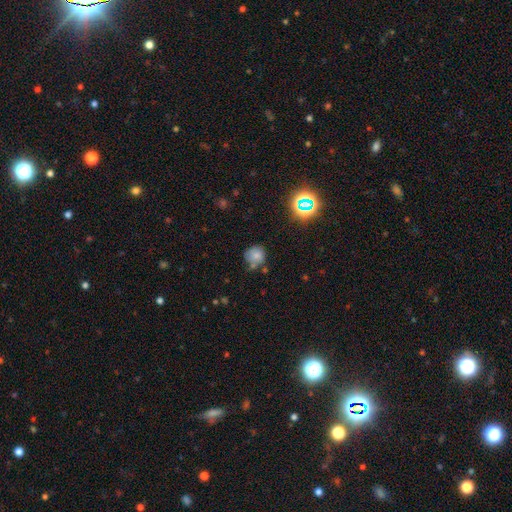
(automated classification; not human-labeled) This is likely a smooth galaxy (67%). How rounded: clearly round (81%). Merging: possibly none (55%).